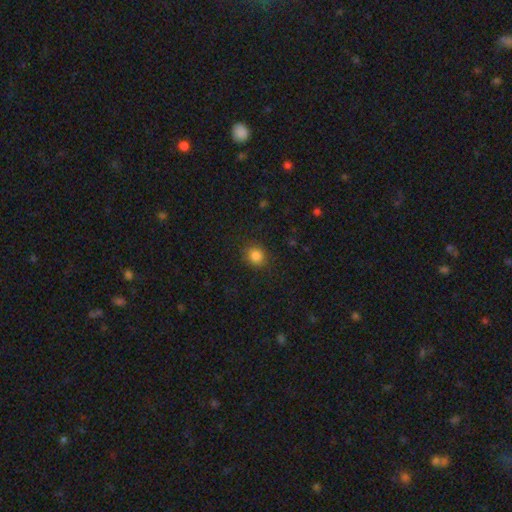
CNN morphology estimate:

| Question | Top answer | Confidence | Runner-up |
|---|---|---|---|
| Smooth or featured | smooth | 85% | star or artifact (11%) |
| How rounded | round | 81% | in between (19%) |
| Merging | none | 86% | minor disturbance (10%) |